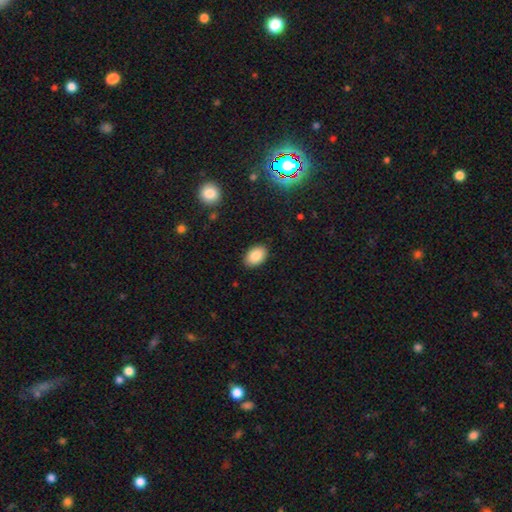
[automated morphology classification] Q: Smooth or featured?
A: smooth (86%); runner-up: star or artifact (8%)
Q: How rounded?
A: in between (88%); runner-up: round (11%)
Q: Merging?
A: none (88%); runner-up: minor disturbance (9%)